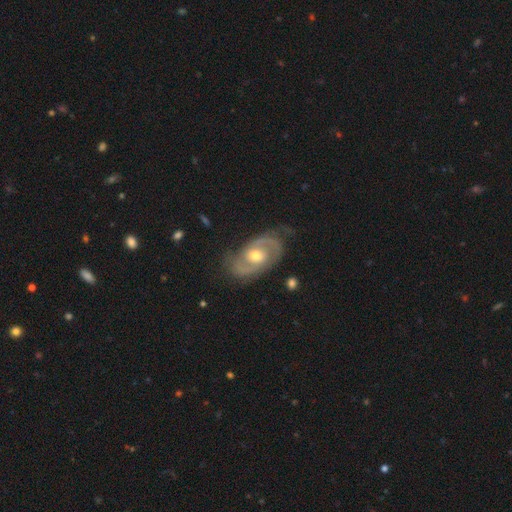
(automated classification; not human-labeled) Smooth or featured: featured or disk — 87% (smooth — 9%)
Edge-on disk: no — 96% (yes — 4%)
Bar: no — 61% (weak — 32%)
Spiral arms: yes — 94% (no — 6%)
Spiral winding: medium — 47% (tight — 40%)
Spiral arm count: 2 — 86% (can't tell — 6%)
Bulge size: moderate — 69% (small — 25%)
Merging: none — 74% (minor disturbance — 18%)